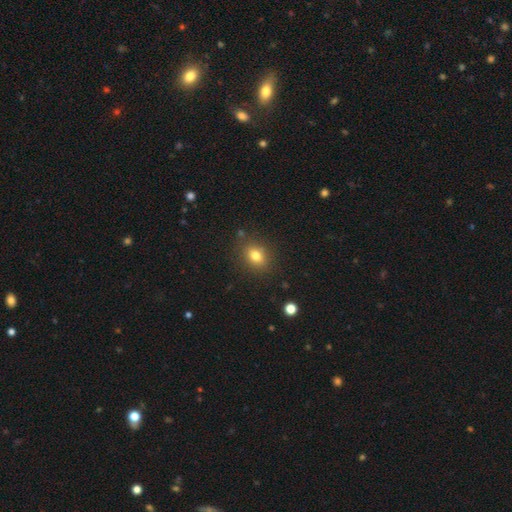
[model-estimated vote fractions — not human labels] A smooth galaxy with no disk features (78%) that is in between round and cigar-shaped (51%). Merging: none (85%).